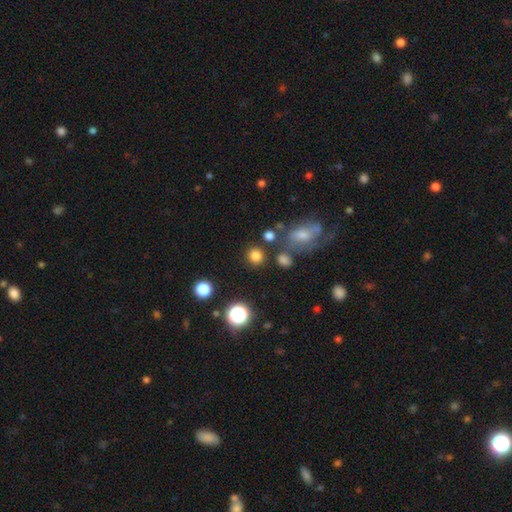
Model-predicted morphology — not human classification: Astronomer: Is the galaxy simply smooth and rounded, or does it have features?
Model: smooth — 80%.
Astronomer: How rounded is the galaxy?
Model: round — 88%.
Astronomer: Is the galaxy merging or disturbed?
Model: none — 82%.